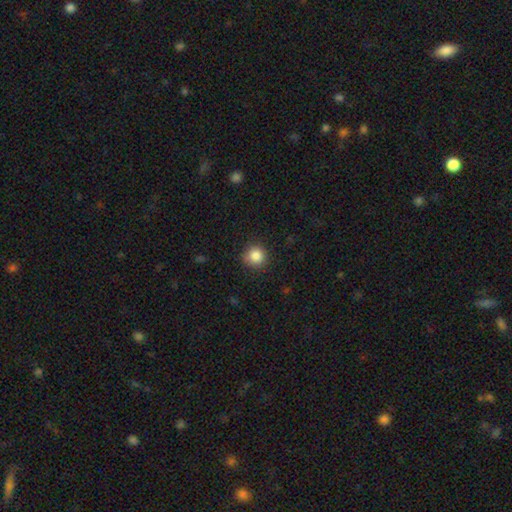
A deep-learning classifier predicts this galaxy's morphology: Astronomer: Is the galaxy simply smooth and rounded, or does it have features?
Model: smooth — 85%.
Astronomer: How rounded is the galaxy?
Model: round — 93%.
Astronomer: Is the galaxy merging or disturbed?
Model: none — 87%.